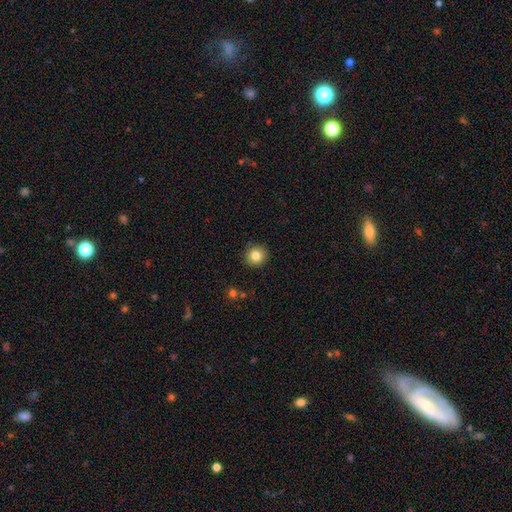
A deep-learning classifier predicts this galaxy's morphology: Smooth or featured? smooth (82%)
How rounded? round (92%)
Merging? none (90%)